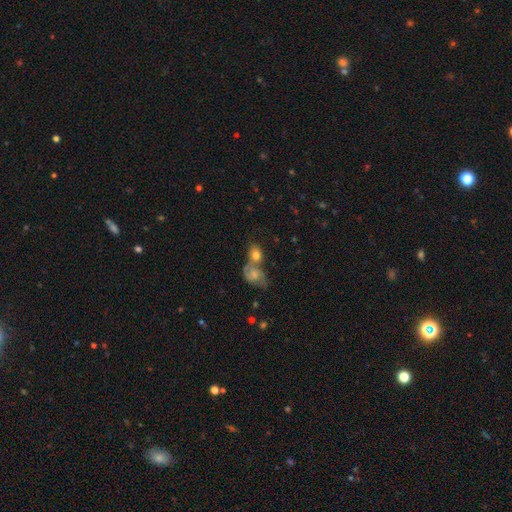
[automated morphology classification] Smooth or featured?
  - smooth: 57% *
  - featured or disk: 32%
  - star or artifact: 11%
How rounded?
  - in between: 52% *
  - round: 46%
  - cigar-shaped: 3%
Merging?
  - merger: 56% *
  - none: 29%
  - minor disturbance: 10%
  - major disturbance: 5%